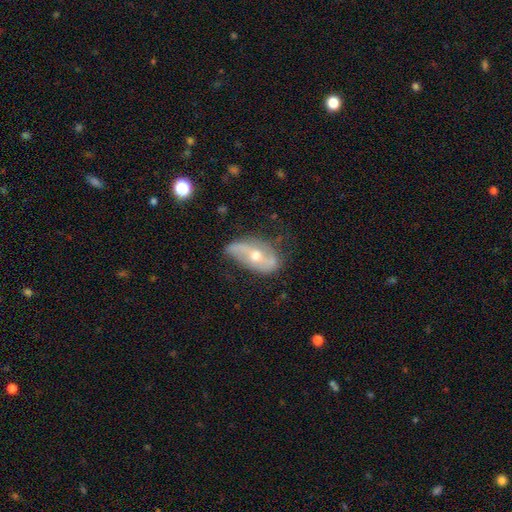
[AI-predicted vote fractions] Smooth or featured: featured or disk — 68% (smooth — 26%)
Edge-on disk: no — 86% (yes — 14%)
Bar: no — 51% (weak — 29%)
Spiral arms: yes — 72% (no — 28%)
Bulge size: moderate — 70% (small — 24%)
Merging: none — 57% (minor disturbance — 29%)